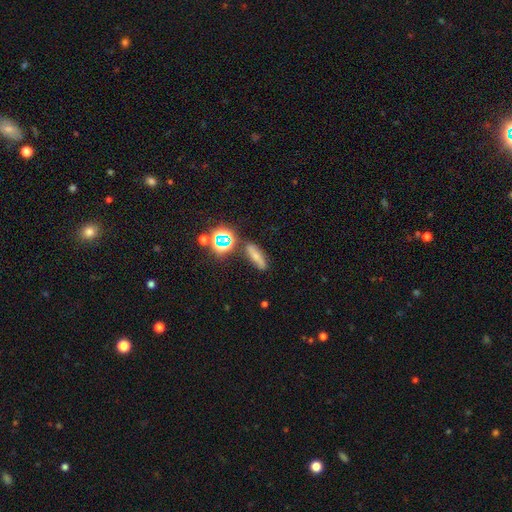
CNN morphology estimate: Smooth or featured: smooth — 55% (featured or disk — 23%)
How rounded: cigar-shaped — 46% (in between — 41%)
Merging: none — 75% (minor disturbance — 14%)